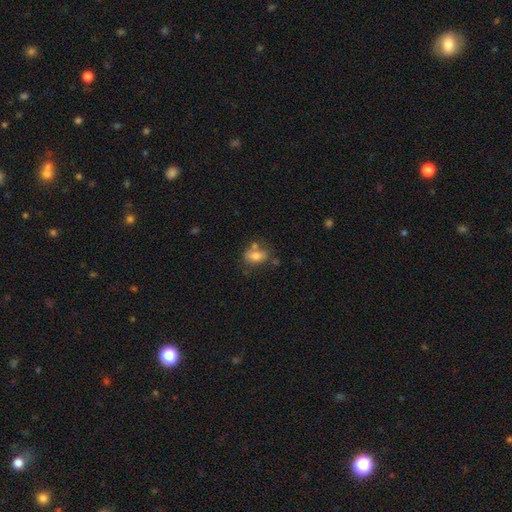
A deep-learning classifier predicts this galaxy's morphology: Q: Smooth or featured?
A: smooth (68%); runner-up: featured or disk (22%)
Q: How rounded?
A: in between (74%); runner-up: round (23%)
Q: Merging?
A: none (50%); runner-up: merger (22%)